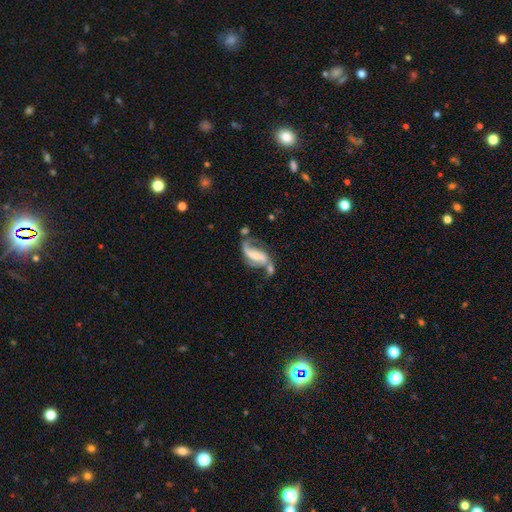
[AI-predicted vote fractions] A featured or disk galaxy (79%) with a strong bar (37%), 2 (83%) loose (56%) spiral arms (91%) and a small central bulge (40%). Merging: none (35%).